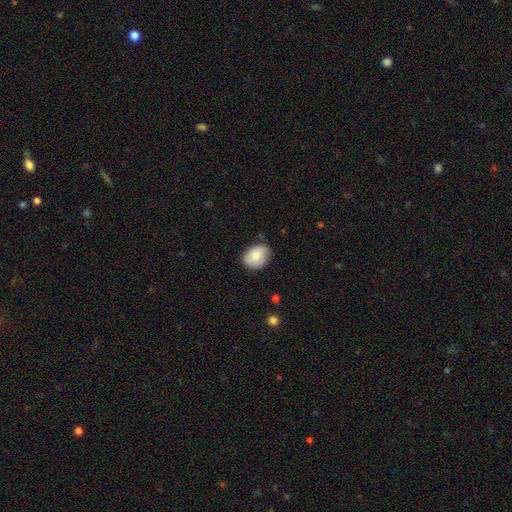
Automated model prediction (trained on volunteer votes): The model was most divided on "how rounded": in between: 59%, round: 40%, cigar-shaped: 1%. More confident: merging — none (79%); smooth or featured — smooth (78%).